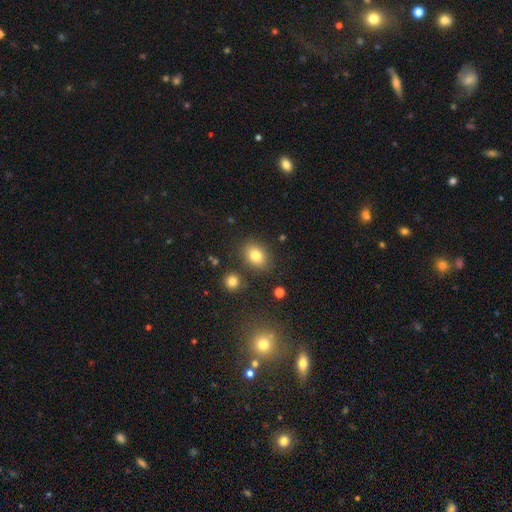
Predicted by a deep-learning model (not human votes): This appears to be a smooth galaxy with no disk features (80%) that is in between round and cigar-shaped (66%). Merging: none (81%).